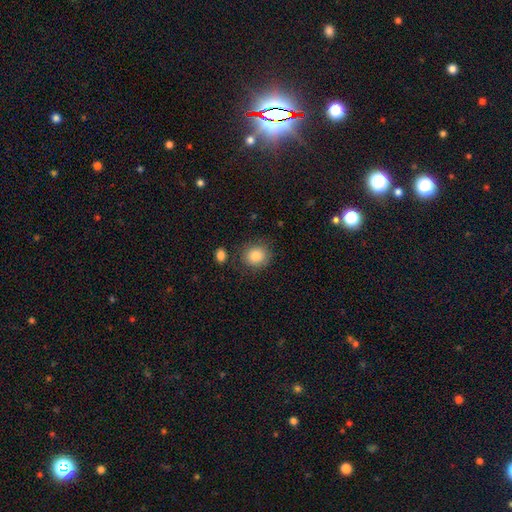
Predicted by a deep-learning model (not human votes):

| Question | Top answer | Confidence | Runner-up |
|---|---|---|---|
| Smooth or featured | smooth | 85% | star or artifact (8%) |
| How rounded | round | 78% | in between (21%) |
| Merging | none | 80% | minor disturbance (12%) |